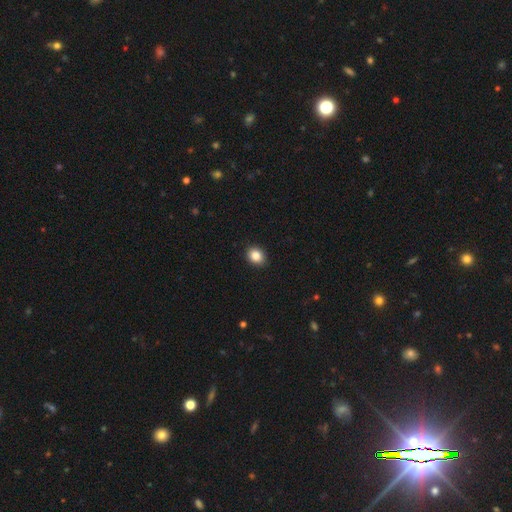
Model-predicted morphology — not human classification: Smooth or featured?
  - smooth: 84% *
  - star or artifact: 10%
  - featured or disk: 6%
How rounded?
  - round: 50% *
  - in between: 49%
  - cigar-shaped: 1%
Merging?
  - none: 91% *
  - minor disturbance: 7%
  - major disturbance: 2%
  - merger: 1%